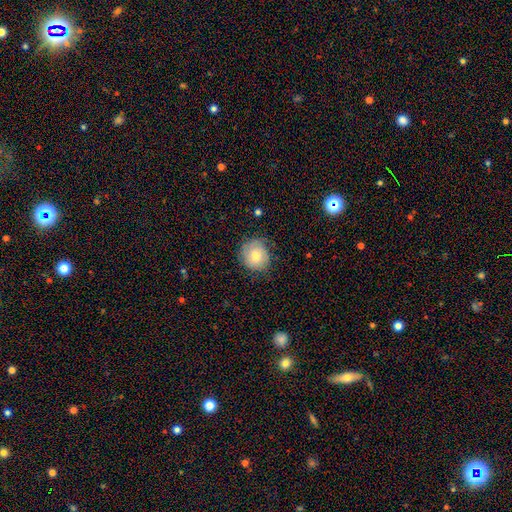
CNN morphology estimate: Smooth or featured? Predicted: smooth (p=0.67). How rounded? Predicted: round (p=0.86). Merging? Predicted: none (p=0.71).